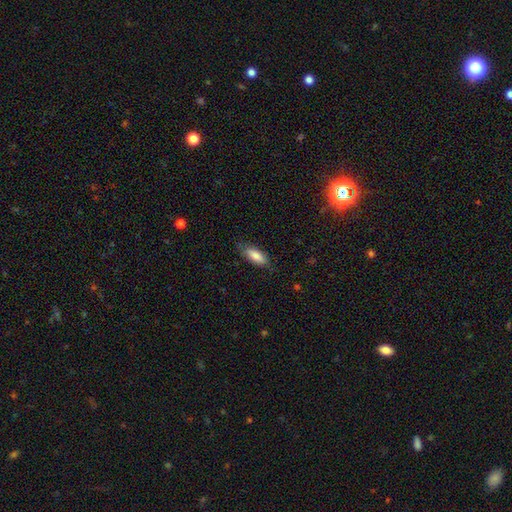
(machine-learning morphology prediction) smooth_or_featured: smooth (p=0.82) [alt: featured or disk p=0.12]
how_rounded: in between (p=0.73) [alt: cigar-shaped p=0.25]
merging: none (p=0.76) [alt: minor disturbance p=0.19]